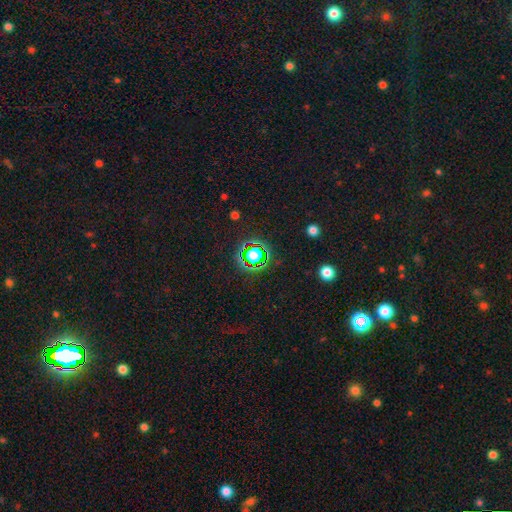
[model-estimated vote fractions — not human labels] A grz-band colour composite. It shows a star or artifact, not a galaxy (63%).